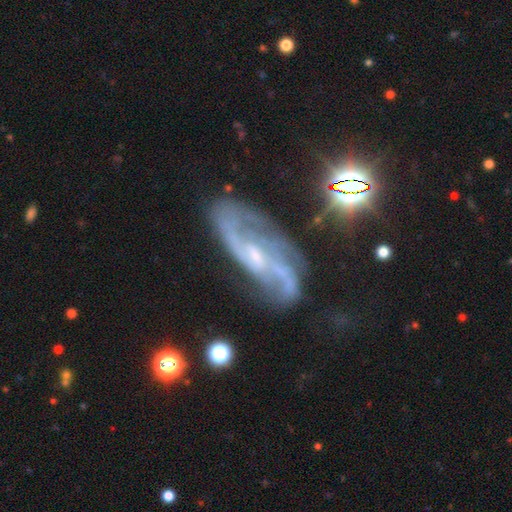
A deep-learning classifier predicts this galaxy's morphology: Smooth or featured: featured or disk — 83% (star or artifact — 10%)
Edge-on disk: no — 92% (yes — 8%)
Bar: weak — 43% (no — 38%)
Spiral arms: yes — 94% (no — 6%)
Spiral winding: loose — 46% (medium — 39%)
Spiral arm count: 2 — 72% (can't tell — 12%)
Bulge size: small — 63% (moderate — 26%)
Merging: none — 59% (minor disturbance — 21%)